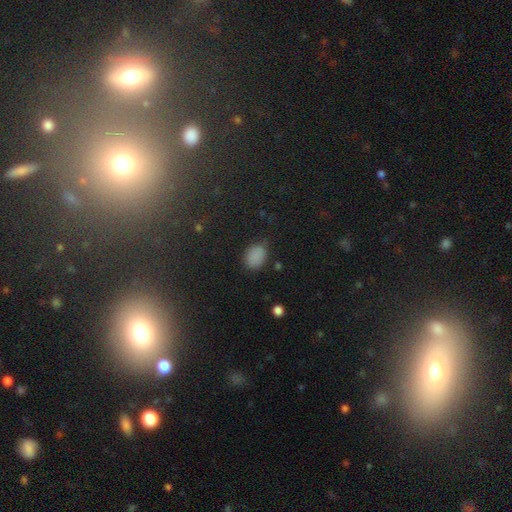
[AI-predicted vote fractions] Smooth or featured? smooth (81%)
How rounded? in between (71%)
Merging? none (73%)